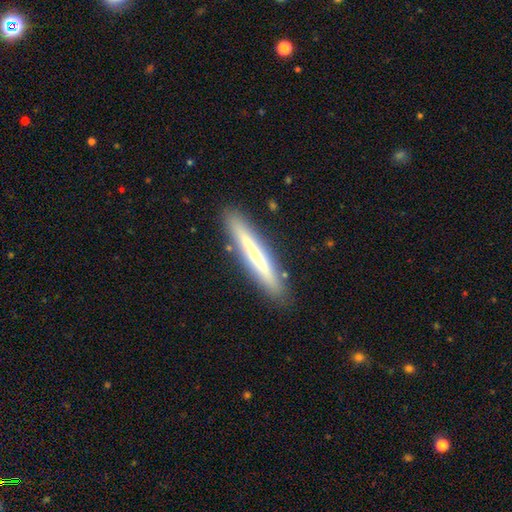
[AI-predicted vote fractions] The model was most divided on "smooth or featured": smooth: 54%, featured or disk: 40%, star or artifact: 6%. More confident: how rounded — cigar-shaped (95%); merging — none (89%).